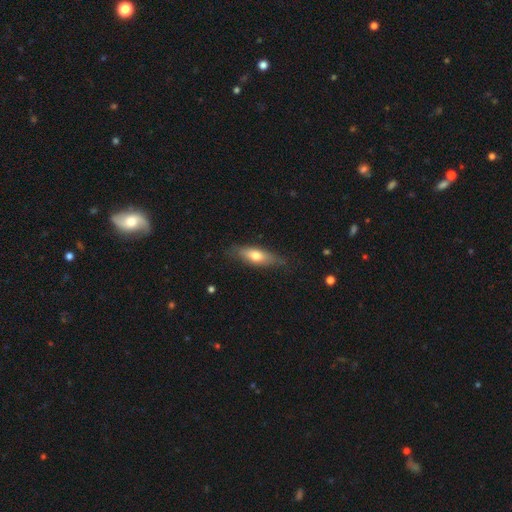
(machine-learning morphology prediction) type=smooth (65%); roundness=in between (59%); merging=none (75%).